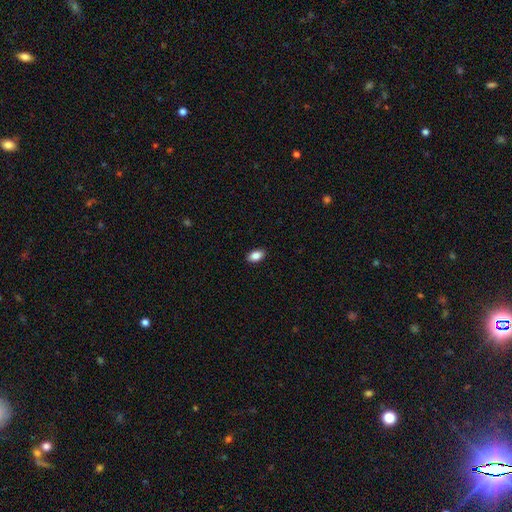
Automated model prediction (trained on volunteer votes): Smooth or featured? Predicted: smooth (p=0.87). How rounded? Predicted: in between (p=0.91). Merging? Predicted: none (p=0.90).